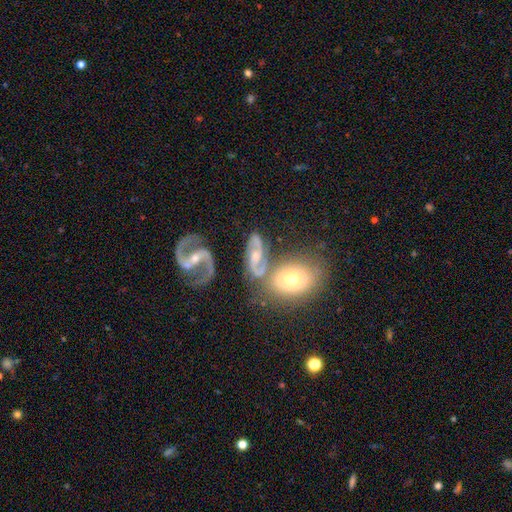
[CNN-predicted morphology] featured or disk 79%, smooth 14%, star or artifact 7%. Down the decision tree: edge-on disk — no (95%); bar — weak (42%); spiral arms — yes (93%); spiral arm count — 2 (89%); spiral winding — medium (49%); bulge size — small (45%); merging — none (43%).